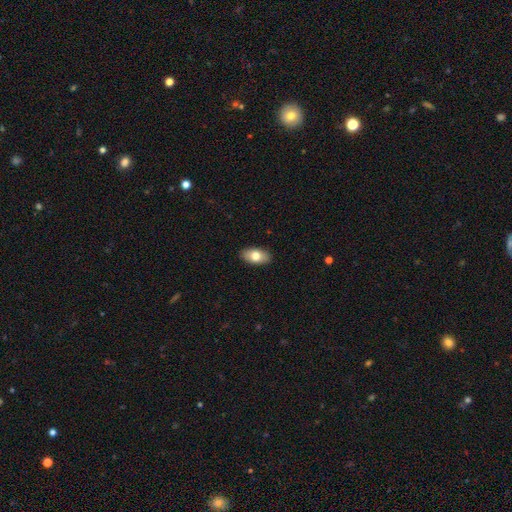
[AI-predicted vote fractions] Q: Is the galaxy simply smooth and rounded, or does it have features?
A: smooth — 77%.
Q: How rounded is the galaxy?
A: in between — 93%.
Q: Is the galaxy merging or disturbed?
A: none — 90%.